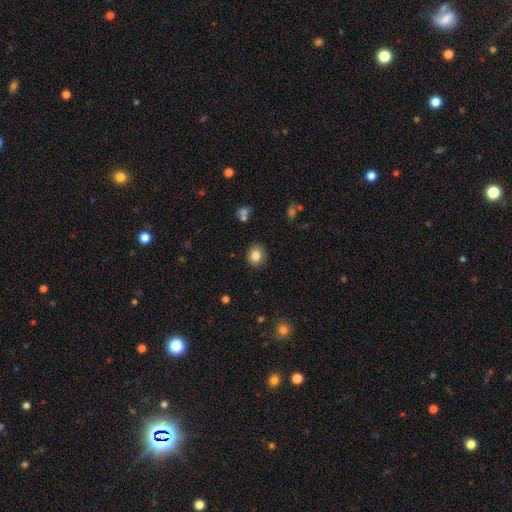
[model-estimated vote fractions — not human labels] Smooth or featured? Predicted: smooth (p=0.84). How rounded? Predicted: round (p=0.70). Merging? Predicted: none (p=0.88).